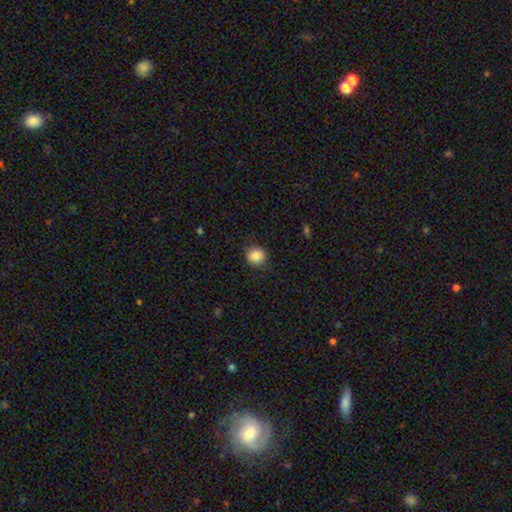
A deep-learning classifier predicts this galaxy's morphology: A smooth galaxy with no disk features (84%) that is round (87%).

Vote fractions:
- Smooth or featured? smooth: 84% / star or artifact: 9% / featured or disk: 6%
- How rounded? round: 87% / in between: 12% / cigar-shaped: 1%
- Merging? none: 83% / minor disturbance: 13% / major disturbance: 3% / merger: 1%